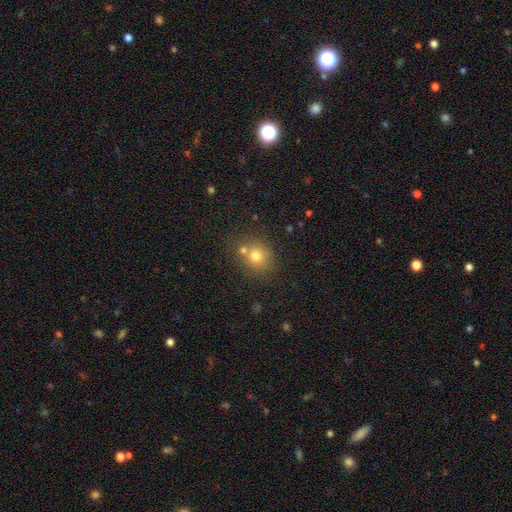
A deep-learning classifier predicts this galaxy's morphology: Q: Smooth or featured?
A: smooth (74%); runner-up: star or artifact (14%)
Q: How rounded?
A: round (78%); runner-up: in between (21%)
Q: Merging?
A: none (59%); runner-up: merger (27%)